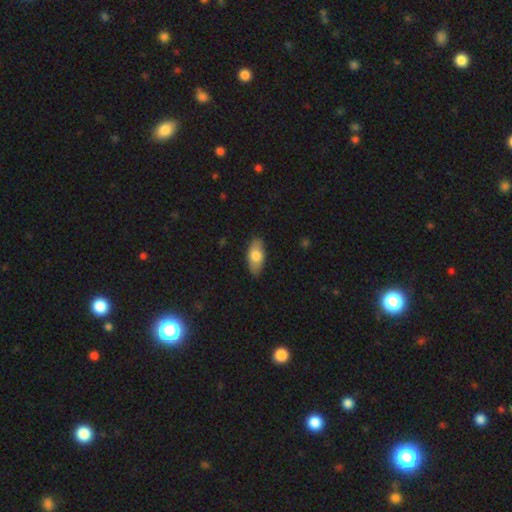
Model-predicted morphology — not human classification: smooth 73%, featured or disk 21%, star or artifact 6%. Down the decision tree: how rounded — in between (88%); merging — none (85%).